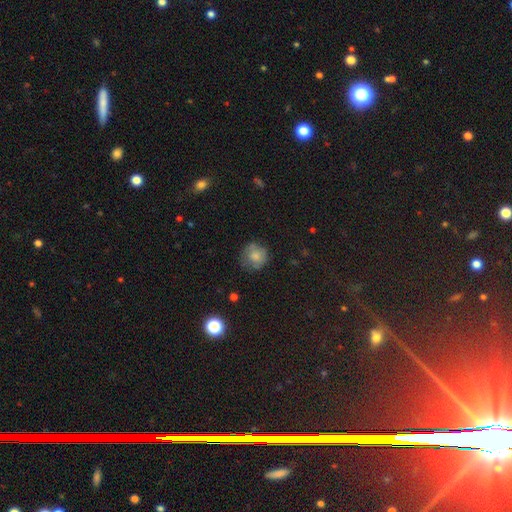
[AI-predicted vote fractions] Smooth or featured: smooth — 72% (featured or disk — 18%)
How rounded: round — 88% (in between — 11%)
Merging: none — 66% (minor disturbance — 23%)